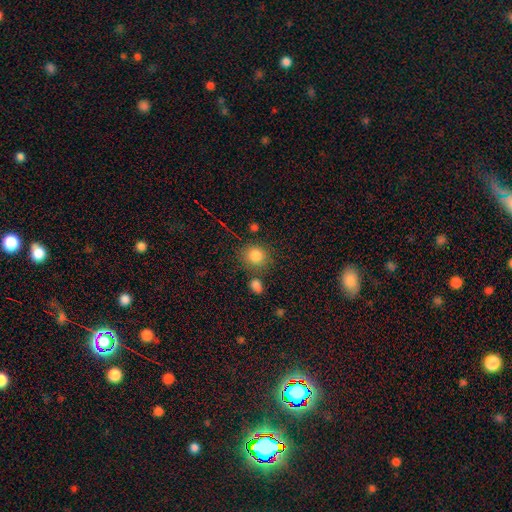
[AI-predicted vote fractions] Smooth or featured: smooth — 85% (star or artifact — 10%)
How rounded: round — 81% (in between — 18%)
Merging: none — 74% (minor disturbance — 12%)